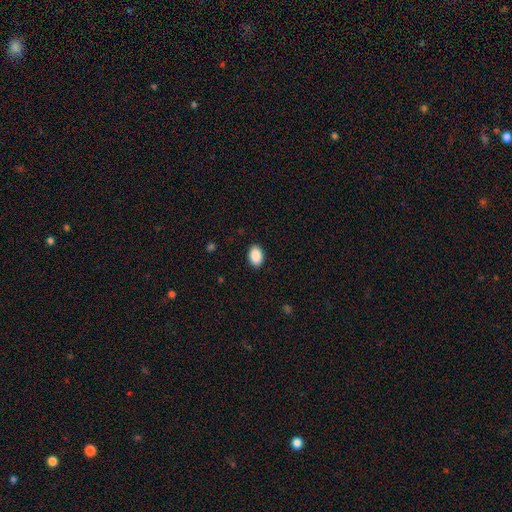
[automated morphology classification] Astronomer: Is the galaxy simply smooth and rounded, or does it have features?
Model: smooth — 90%.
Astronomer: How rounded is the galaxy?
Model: in between — 89%.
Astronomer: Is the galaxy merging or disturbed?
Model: none — 90%.